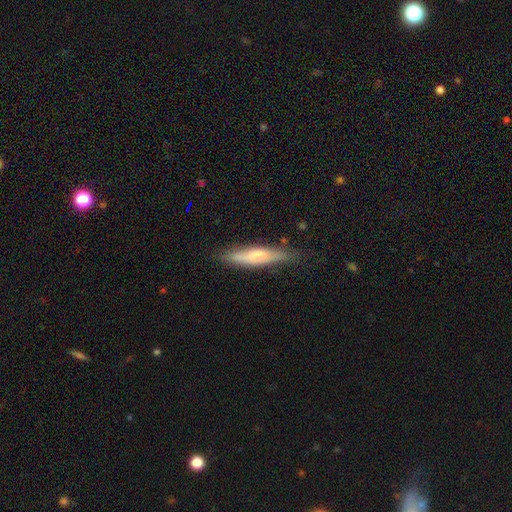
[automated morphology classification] smooth-or-featured: smooth: 58% | featured or disk: 36% | star or artifact: 6%
  how-rounded: cigar-shaped: 83% | in between: 16% | round: 2%
  merging: none: 75% | minor disturbance: 19% | major disturbance: 4% | merger: 2%